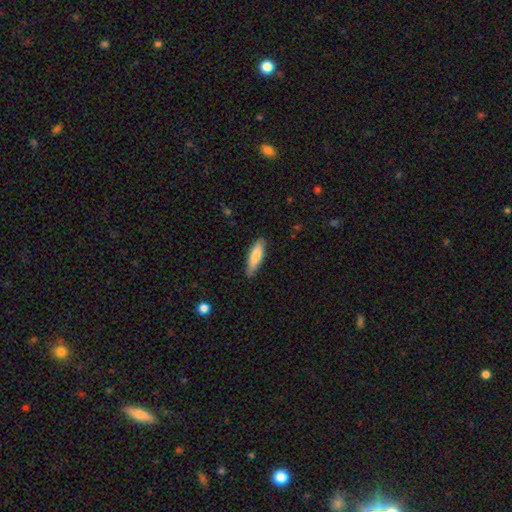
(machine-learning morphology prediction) Smooth or featured? Predicted: smooth (p=0.80). How rounded? Predicted: cigar-shaped (p=0.62). Merging? Predicted: none (p=0.82).